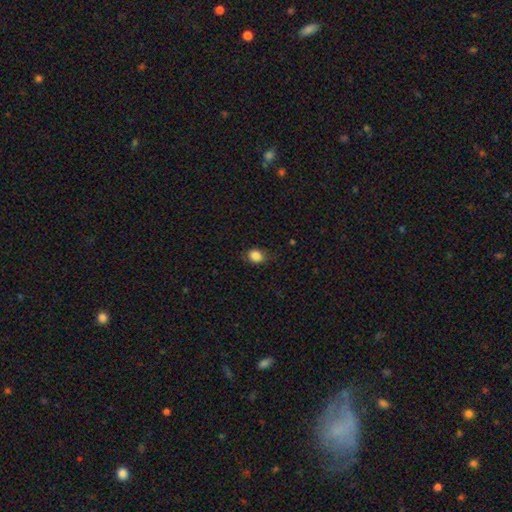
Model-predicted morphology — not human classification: This appears to be a smooth galaxy with no disk features (86%) that is round (50%). Merging: none (76%).